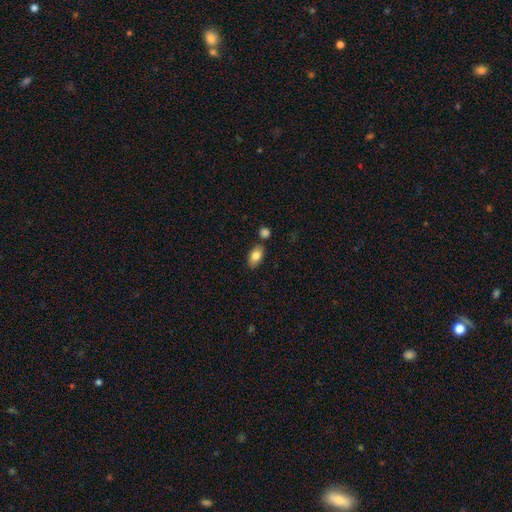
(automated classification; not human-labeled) This appears to be a smooth galaxy with no disk features (82%) that is in between round and cigar-shaped (92%). Merging: none (76%).